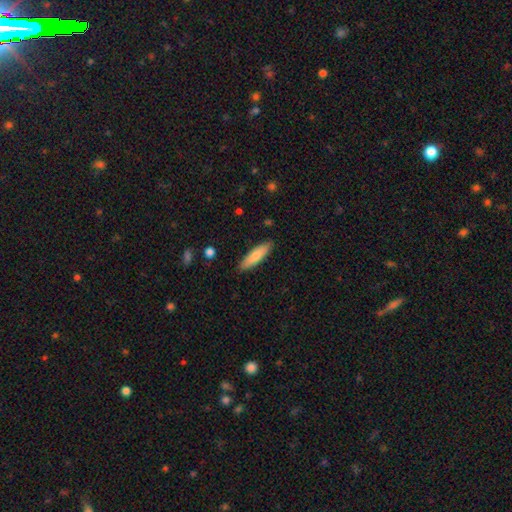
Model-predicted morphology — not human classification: Smooth or featured? Predicted: smooth (p=0.78). How rounded? Predicted: cigar-shaped (p=0.68). Merging? Predicted: none (p=0.88).